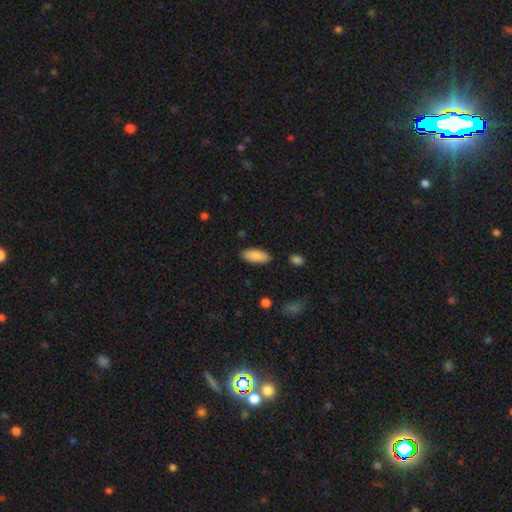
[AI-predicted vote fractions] The model was most divided on "how rounded": in between: 82%, cigar-shaped: 16%, round: 2%. More confident: smooth or featured — smooth (87%); merging — none (86%).